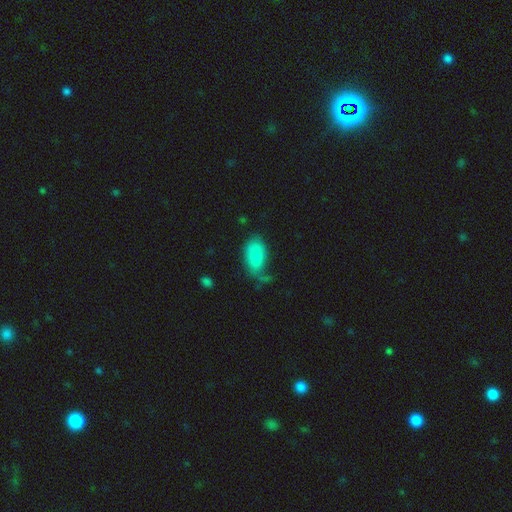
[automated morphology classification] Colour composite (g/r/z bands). It shows a smooth galaxy with no disk features (78%) that is in between round and cigar-shaped (93%). Merging: none (44%).